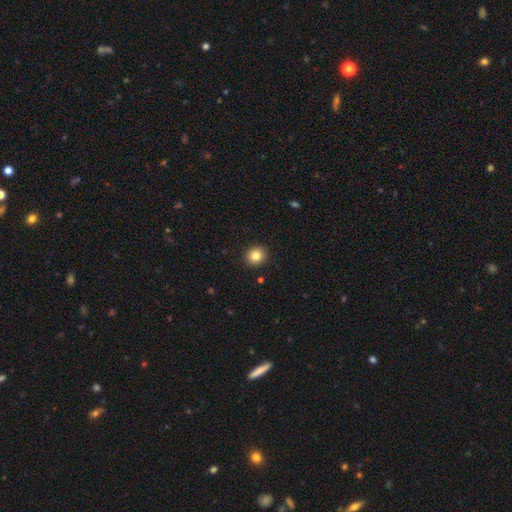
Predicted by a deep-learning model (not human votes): smooth 83%, star or artifact 10%, featured or disk 7%. Down the decision tree: how rounded — round (84%); merging — none (92%).